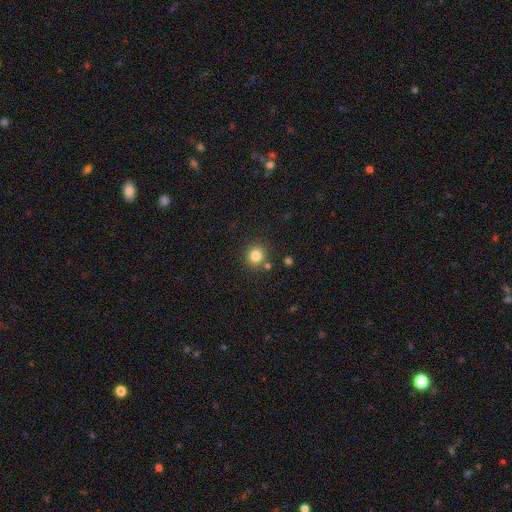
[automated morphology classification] smooth-or-featured: smooth: 82% | star or artifact: 12% | featured or disk: 6%
  how-rounded: round: 90% | in between: 9% | cigar-shaped: 1%
  merging: none: 82% | minor disturbance: 9% | merger: 7% | major disturbance: 3%